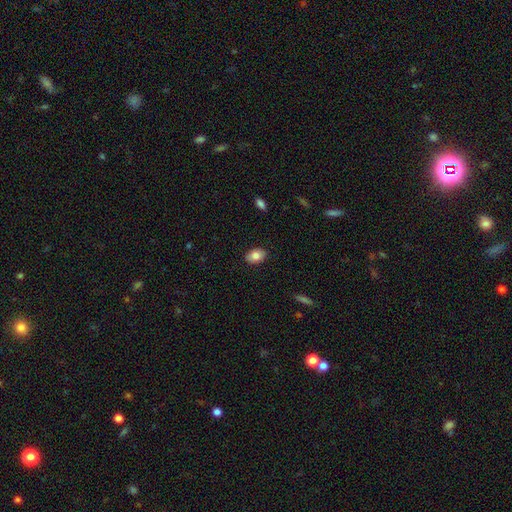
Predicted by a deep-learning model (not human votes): This appears to be a smooth galaxy with no disk features (82%) that is in between round and cigar-shaped (84%). Merging: none (88%).